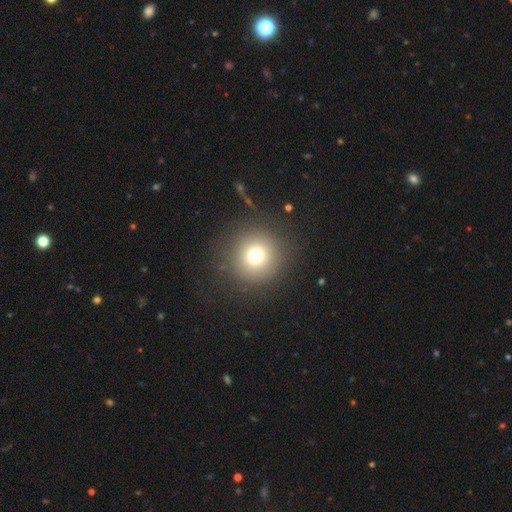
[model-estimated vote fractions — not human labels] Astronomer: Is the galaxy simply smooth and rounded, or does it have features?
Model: smooth — 72%.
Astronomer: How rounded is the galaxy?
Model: round — 96%.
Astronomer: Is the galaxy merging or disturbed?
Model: none — 87%.